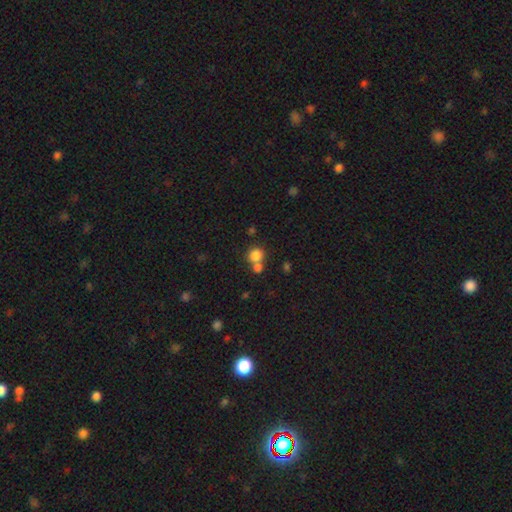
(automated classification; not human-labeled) Smooth or featured? Predicted: smooth (p=0.81). How rounded? Predicted: round (p=0.83). Merging? Predicted: none (p=0.52).